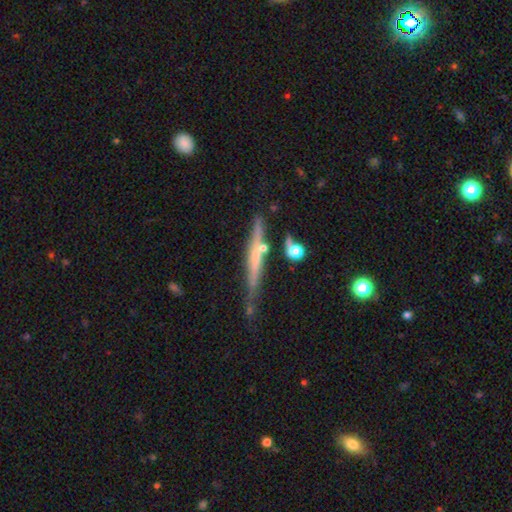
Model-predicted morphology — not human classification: Smooth or featured? Predicted: featured or disk (p=0.61). Edge-on disk? Predicted: yes (p=0.94). Edge-on bulge? Predicted: none (p=0.55). Merging? Predicted: none (p=0.69).